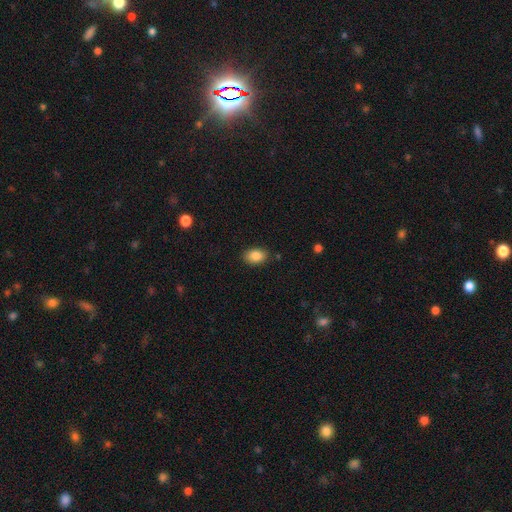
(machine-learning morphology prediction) A smooth galaxy with no disk features (86%) that is in between round and cigar-shaped (86%). Merging: none (86%).